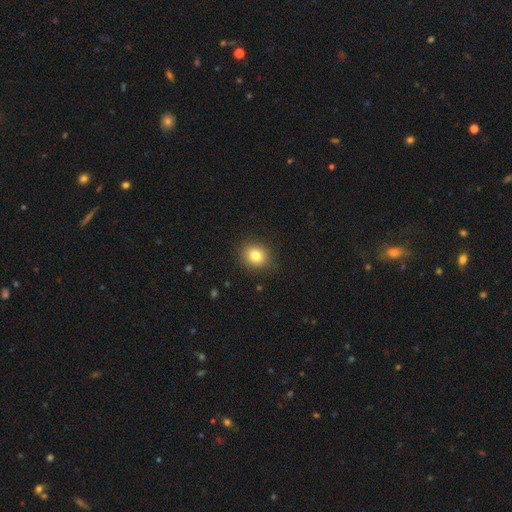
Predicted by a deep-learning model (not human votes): Q: Smooth or featured?
A: smooth (81%); runner-up: star or artifact (11%)
Q: How rounded?
A: round (71%); runner-up: in between (28%)
Q: Merging?
A: none (89%); runner-up: minor disturbance (8%)